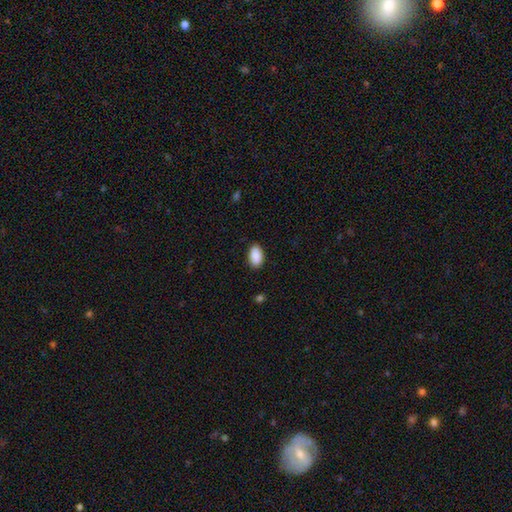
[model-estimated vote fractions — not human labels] Smooth or featured? Predicted: smooth (p=0.91). How rounded? Predicted: in between (p=0.94). Merging? Predicted: none (p=0.88).